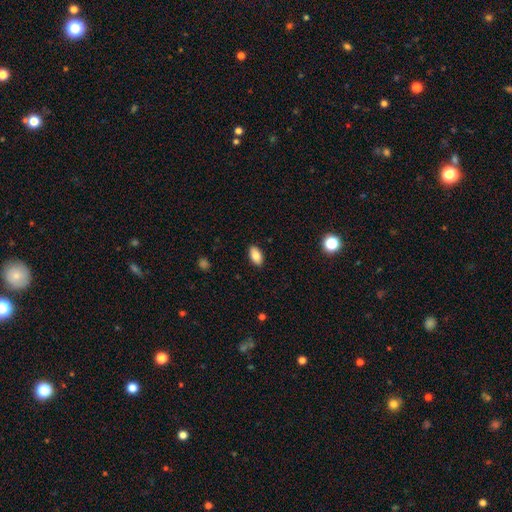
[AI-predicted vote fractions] This appears to be a smooth galaxy with no disk features (82%) that is in between round and cigar-shaped (92%). Merging: none (89%).